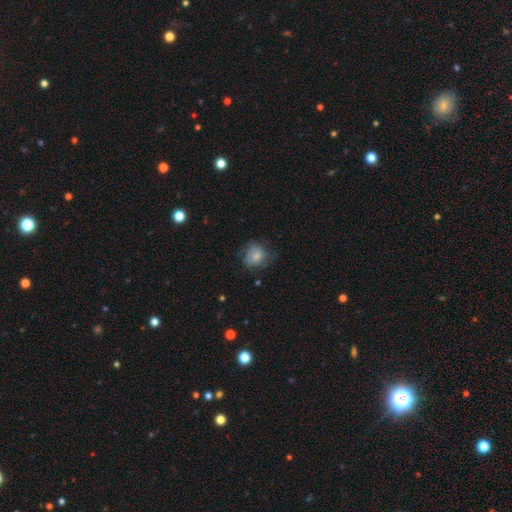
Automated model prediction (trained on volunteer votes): Morphology: type=smooth (68%); roundness=round (64%); merging=none (54%).